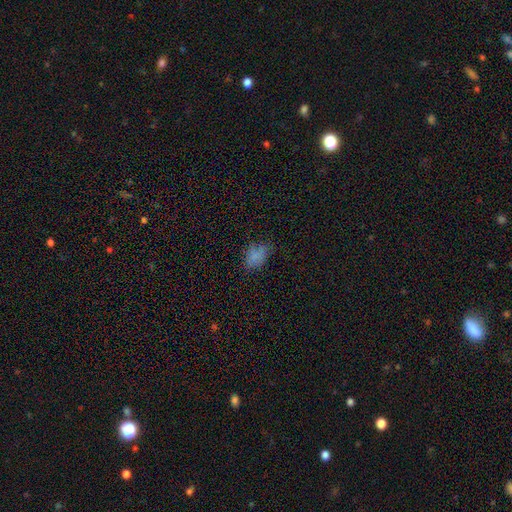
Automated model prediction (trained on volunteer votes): Smooth or featured: smooth — 67% (star or artifact — 22%)
How rounded: in between — 81% (round — 17%)
Merging: none — 65% (minor disturbance — 24%)